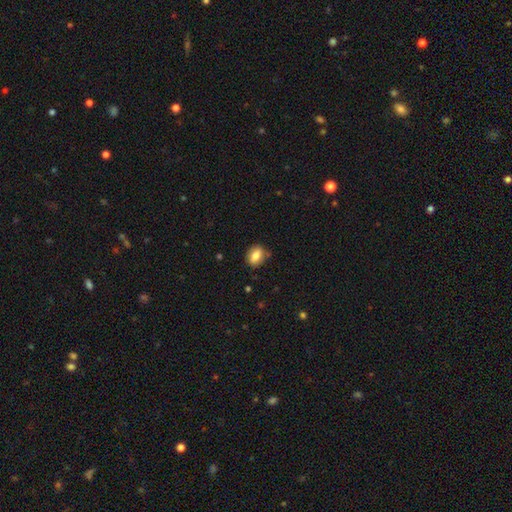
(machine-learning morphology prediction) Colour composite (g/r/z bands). It shows a smooth galaxy with no disk features (80%) that is in between round and cigar-shaped (66%). Merging: none (82%).